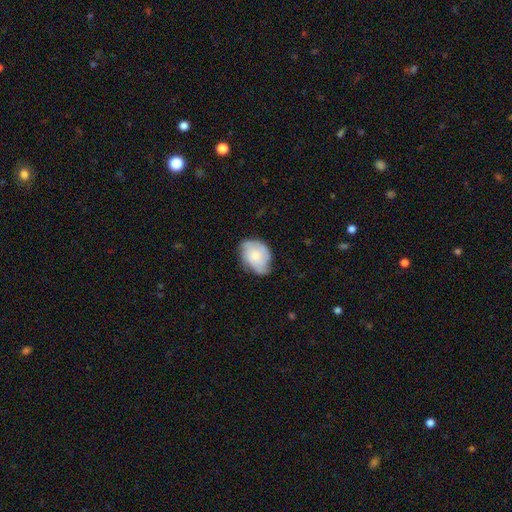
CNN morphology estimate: smooth-or-featured: smooth: 52% | featured or disk: 41% | star or artifact: 7%
  how-rounded: in between: 68% | round: 31% | cigar-shaped: 1%
  merging: none: 53% | minor disturbance: 35% | major disturbance: 10% | merger: 2%